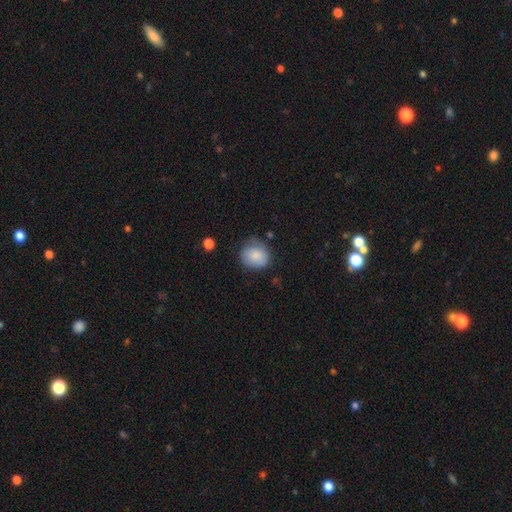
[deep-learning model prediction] Smooth or featured?
  - smooth: 83% *
  - featured or disk: 10%
  - star or artifact: 7%
How rounded?
  - round: 78% *
  - in between: 21%
  - cigar-shaped: 1%
Merging?
  - none: 63% *
  - minor disturbance: 28%
  - major disturbance: 7%
  - merger: 2%